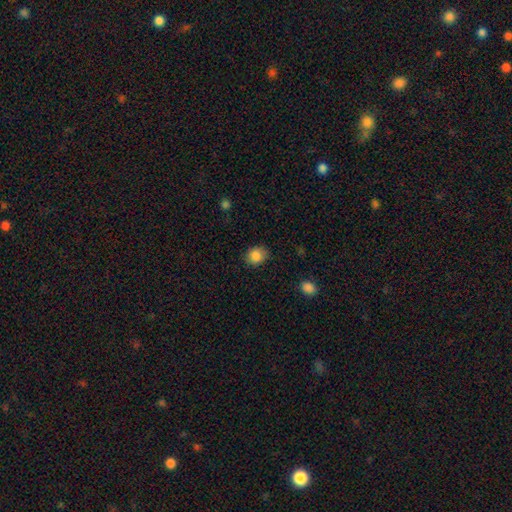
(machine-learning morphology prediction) Smooth or featured: smooth — 86% (star or artifact — 9%)
How rounded: round — 58% (in between — 41%)
Merging: none — 84% (minor disturbance — 12%)